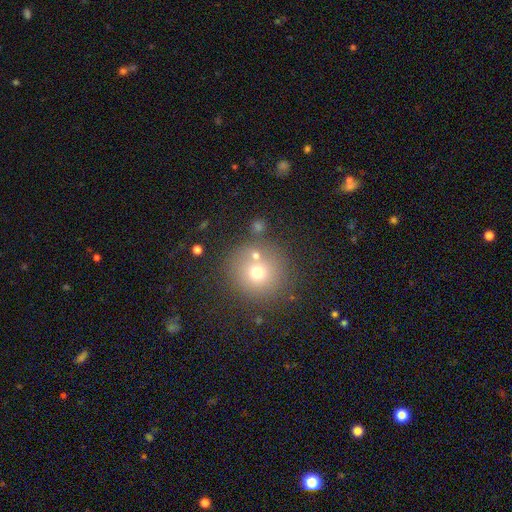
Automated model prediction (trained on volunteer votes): Smooth or featured? Predicted: smooth (p=0.67). How rounded? Predicted: round (p=0.92). Merging? Predicted: none (p=0.70).